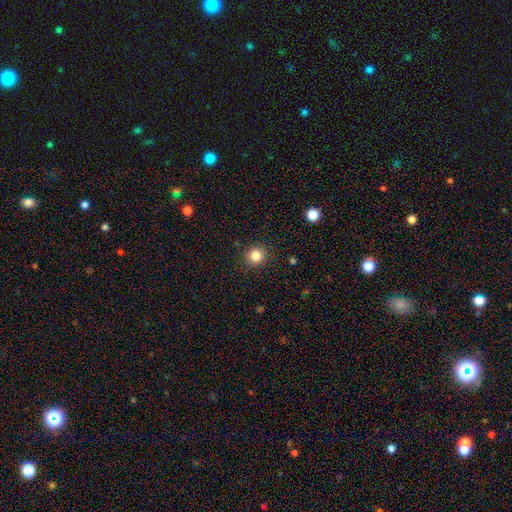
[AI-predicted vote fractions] Morphology: type=smooth (83%); roundness=round (91%); merging=none (90%).